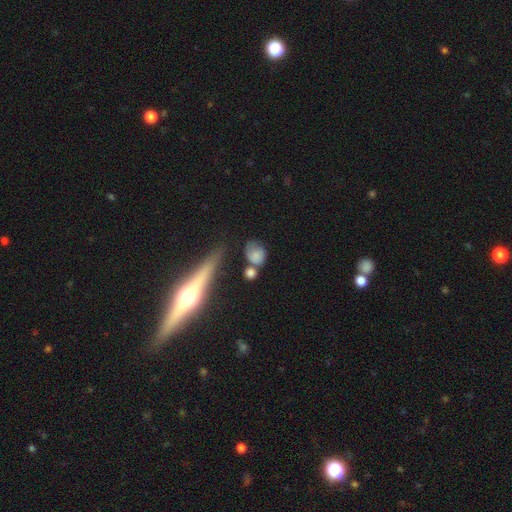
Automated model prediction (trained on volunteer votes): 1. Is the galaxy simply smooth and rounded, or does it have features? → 72% smooth, 18% featured or disk, 10% star or artifact.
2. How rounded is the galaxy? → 58% round, 38% in between, 5% cigar-shaped.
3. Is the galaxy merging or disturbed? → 47% none, 22% merger, 20% minor disturbance, 11% major disturbance.